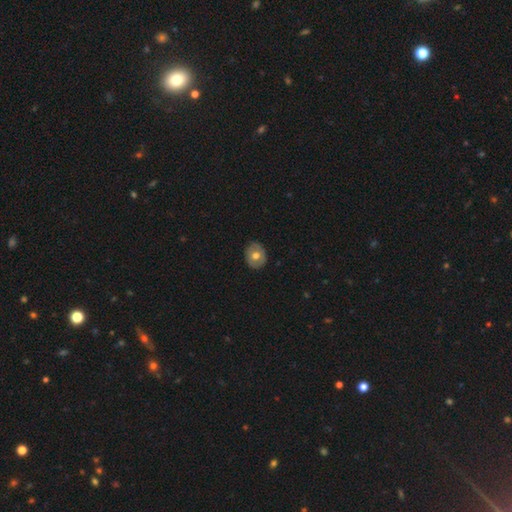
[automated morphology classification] This appears to be a smooth galaxy with no disk features (58%) that is round (61%). Merging: none (86%).